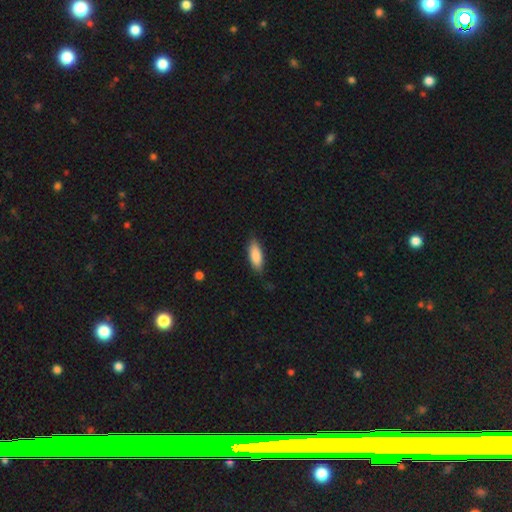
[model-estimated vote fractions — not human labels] smooth-or-featured: smooth: 87% | featured or disk: 7% | star or artifact: 6%
  how-rounded: in between: 74% | cigar-shaped: 24% | round: 2%
  merging: none: 80% | minor disturbance: 16% | major disturbance: 3% | merger: 1%